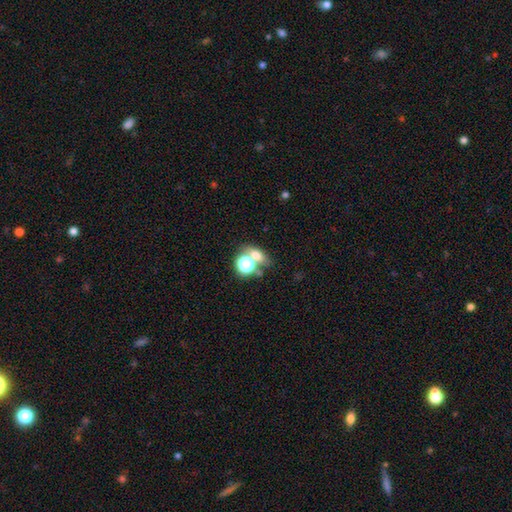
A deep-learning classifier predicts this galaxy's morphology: Overall: smooth (63%). How rounded: in between (53%; round 42%). Merging: none (50%; merger 37%).